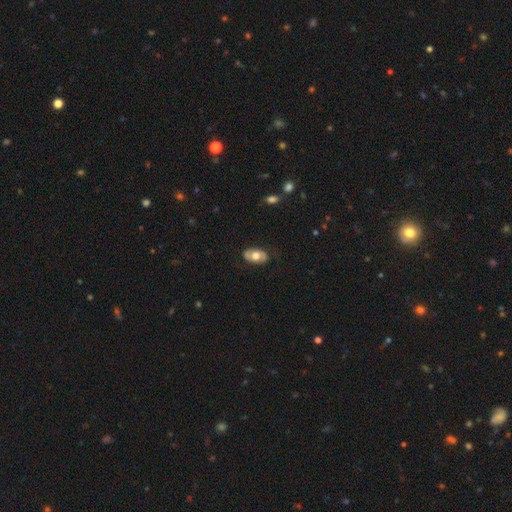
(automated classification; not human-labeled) The model was most divided on "smooth or featured": smooth: 53%, featured or disk: 41%, star or artifact: 6%. More confident: how rounded — in between (90%); merging — none (79%).